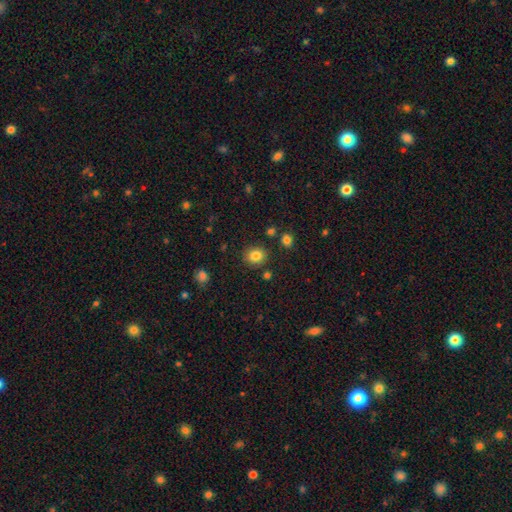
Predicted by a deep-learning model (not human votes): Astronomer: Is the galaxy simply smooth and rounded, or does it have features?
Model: smooth — 84%.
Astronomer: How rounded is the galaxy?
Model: round — 75%.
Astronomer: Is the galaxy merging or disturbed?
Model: none — 86%.